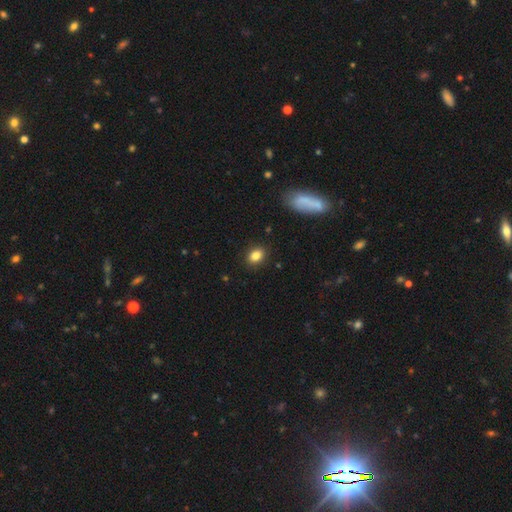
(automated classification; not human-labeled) Smooth or featured? smooth (84%)
How rounded? in between (68%)
Merging? none (88%)